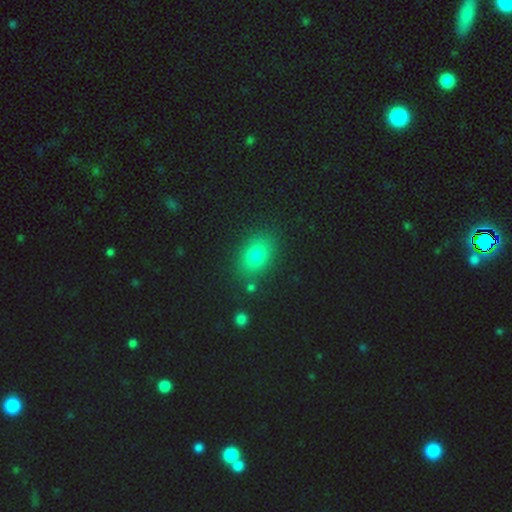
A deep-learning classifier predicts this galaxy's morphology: Q: Smooth or featured?
A: smooth (76%); runner-up: star or artifact (15%)
Q: How rounded?
A: in between (69%); runner-up: round (29%)
Q: Merging?
A: none (82%); runner-up: minor disturbance (11%)